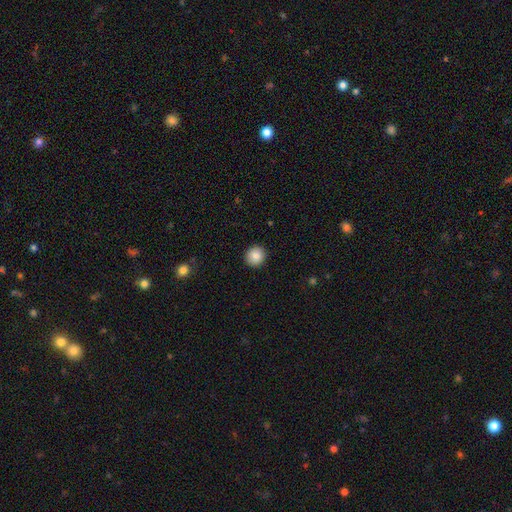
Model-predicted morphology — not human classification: A smooth galaxy with no disk features (86%) that is round (93%). Merging: none (92%).